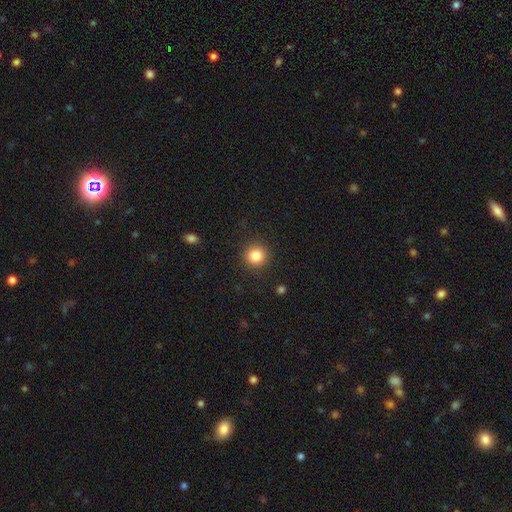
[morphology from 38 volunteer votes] Smooth or featured? smooth (89%)
How rounded? round (94%)
Merging? none (89%)